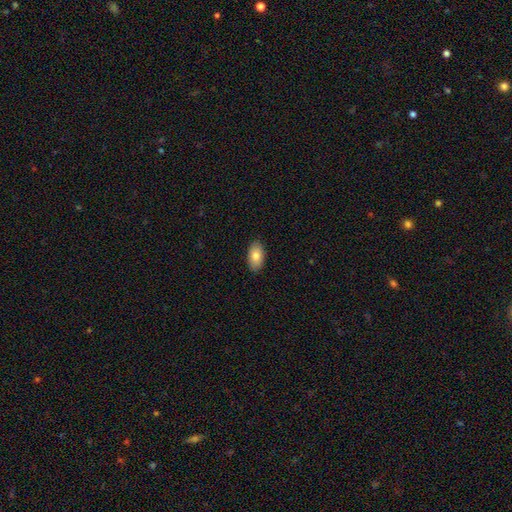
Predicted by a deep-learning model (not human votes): A smooth galaxy with no disk features (82%) that is in between round and cigar-shaped (94%).

Vote fractions:
- Smooth or featured? smooth: 82% / featured or disk: 12% / star or artifact: 7%
- How rounded? in between: 94% / round: 4% / cigar-shaped: 2%
- Merging? none: 89% / minor disturbance: 8% / major disturbance: 2% / merger: 1%